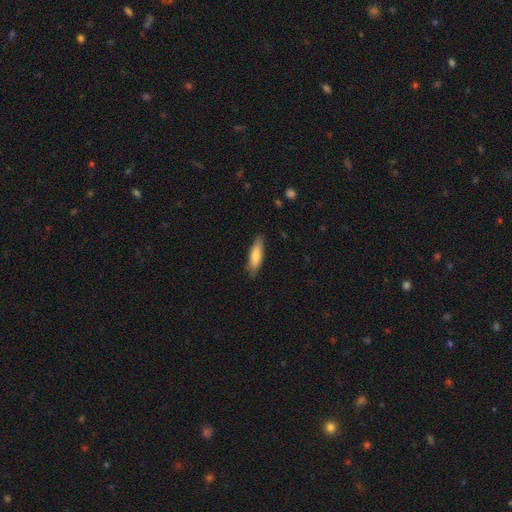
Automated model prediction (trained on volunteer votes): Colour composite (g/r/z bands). It shows a smooth galaxy with no disk features (81%) that is cigar-shaped (63%). Merging: none (84%).